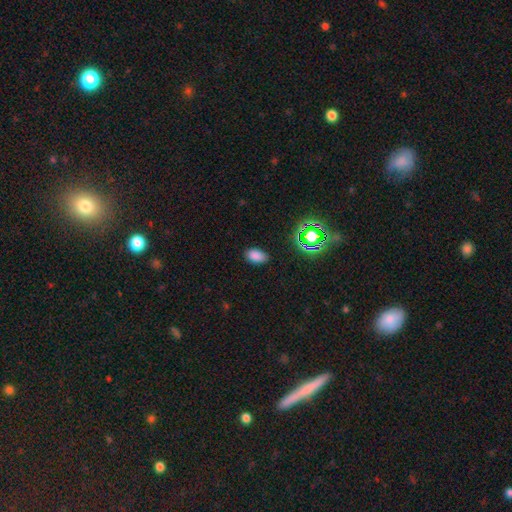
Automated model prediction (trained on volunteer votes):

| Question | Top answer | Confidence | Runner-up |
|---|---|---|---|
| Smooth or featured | smooth | 79% | star or artifact (16%) |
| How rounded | in between | 91% | round (8%) |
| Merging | none | 85% | minor disturbance (11%) |